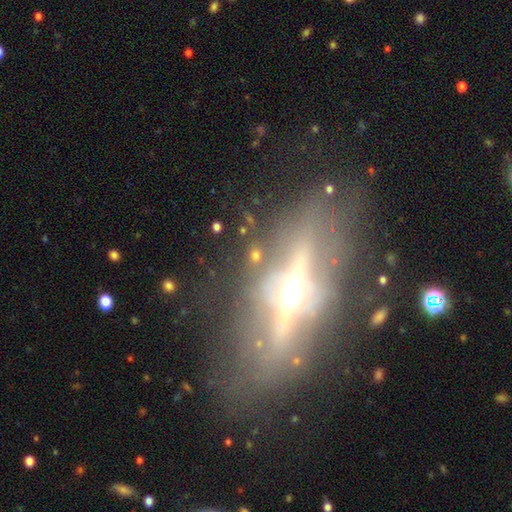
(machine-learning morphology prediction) Smooth or featured? featured or disk (37%)
Merging? none (73%)